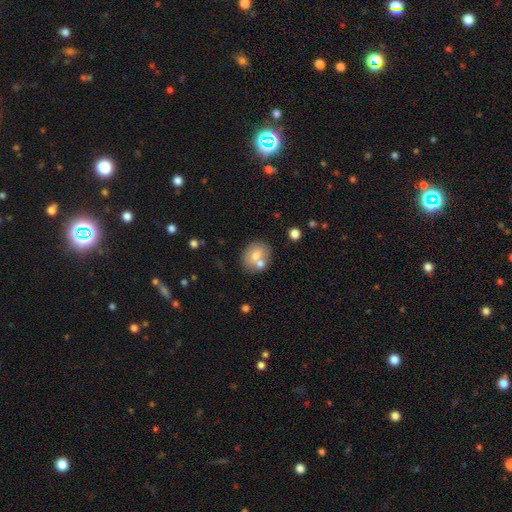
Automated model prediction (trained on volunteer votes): This appears to be a smooth galaxy with no disk features (68%) that is round (68%). Merging: none (60%).